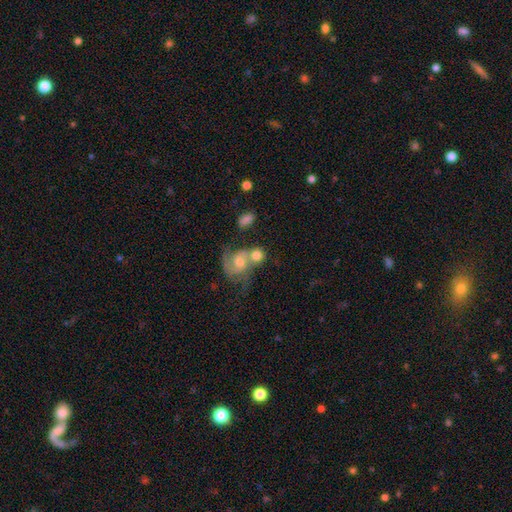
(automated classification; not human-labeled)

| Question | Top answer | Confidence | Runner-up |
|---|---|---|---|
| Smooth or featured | smooth | 48% | featured or disk (43%) |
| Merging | merger | 54% | none (28%) |